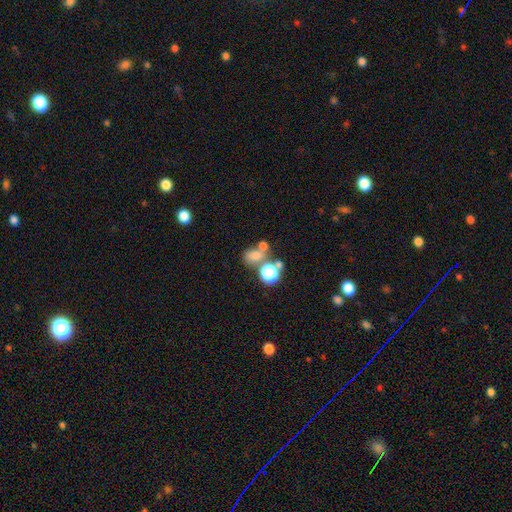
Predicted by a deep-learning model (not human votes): Morphology: type=smooth (65%); roundness=in between (52%); merging=none (41%, tied with merger).